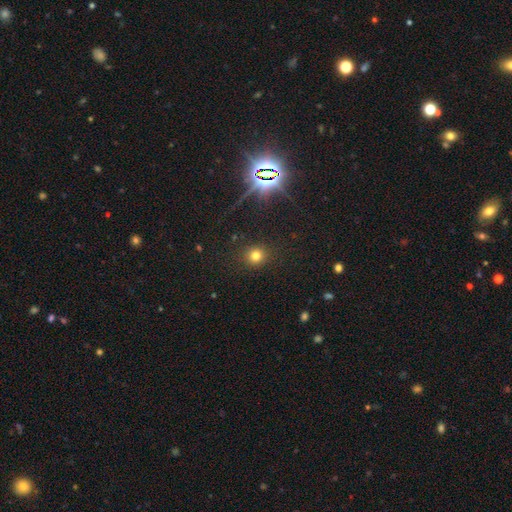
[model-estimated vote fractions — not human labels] Smooth or featured?
  - smooth: 75% *
  - star or artifact: 19%
  - featured or disk: 7%
How rounded?
  - round: 89% *
  - in between: 10%
  - cigar-shaped: 1%
Merging?
  - none: 89% *
  - minor disturbance: 6%
  - major disturbance: 3%
  - merger: 1%